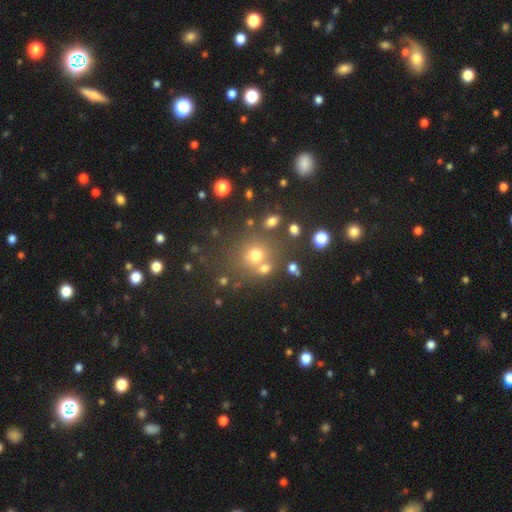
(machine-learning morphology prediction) Q: Smooth or featured?
A: smooth (69%); runner-up: star or artifact (19%)
Q: How rounded?
A: round (83%); runner-up: in between (16%)
Q: Merging?
A: none (61%); runner-up: merger (23%)